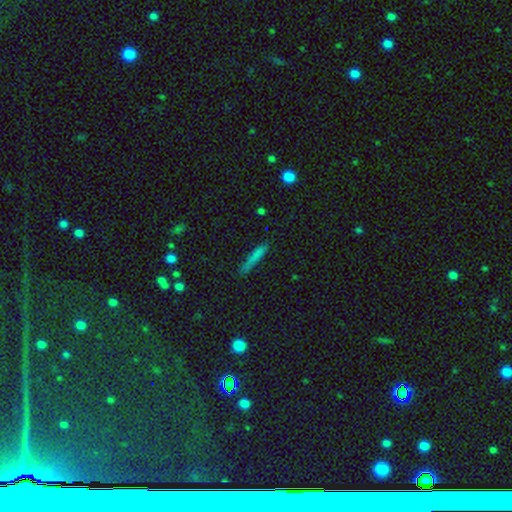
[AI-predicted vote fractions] Smooth or featured? Predicted: smooth (p=0.70). How rounded? Predicted: cigar-shaped (p=0.91). Merging? Predicted: none (p=0.80).